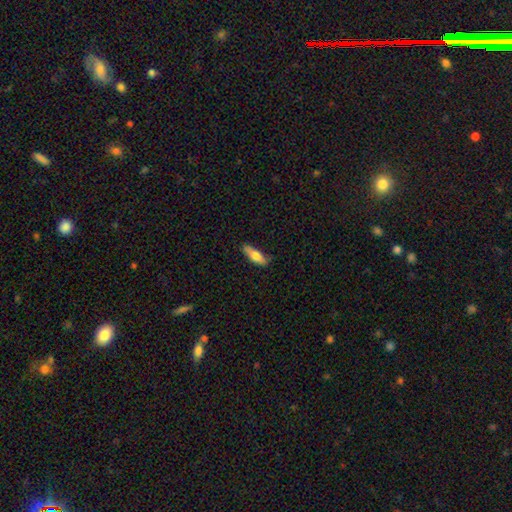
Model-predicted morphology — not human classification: smooth-or-featured: smooth: 69% | featured or disk: 25% | star or artifact: 6%
  how-rounded: in between: 50% | cigar-shaped: 48% | round: 2%
  merging: none: 73% | minor disturbance: 21% | major disturbance: 4% | merger: 2%